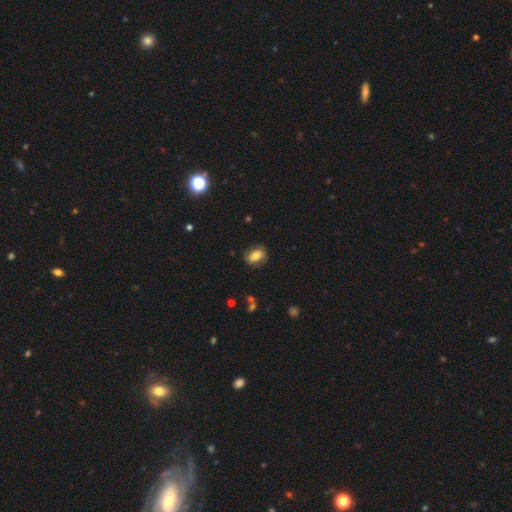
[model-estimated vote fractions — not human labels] smooth 69%, featured or disk 22%, star or artifact 9%. Down the decision tree: how rounded — in between (83%); merging — none (78%).